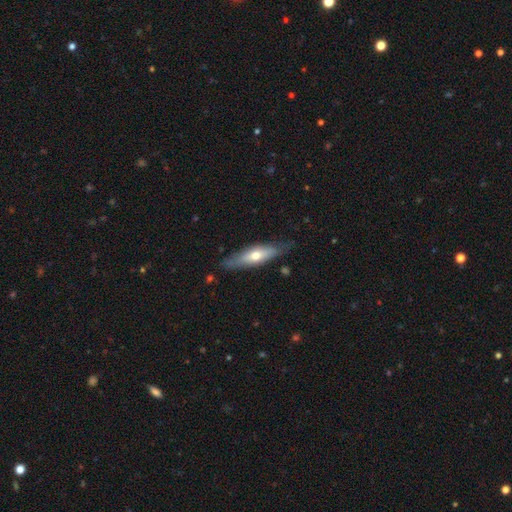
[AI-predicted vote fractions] Morphology: type=smooth (52%); roundness=cigar-shaped (62%); merging=none (77%).